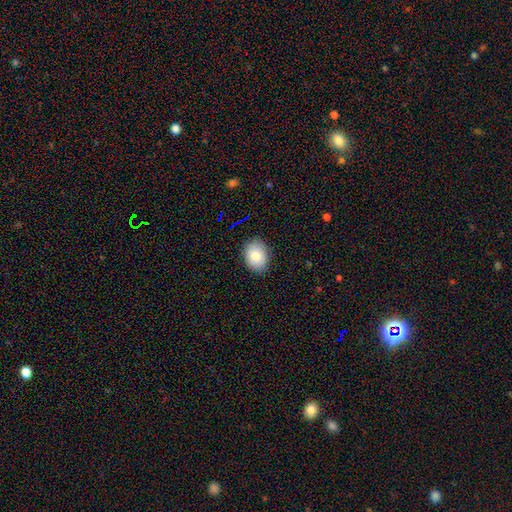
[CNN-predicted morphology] smooth 81%, featured or disk 11%, star or artifact 8%. Down the decision tree: how rounded — in between (66%); merging — none (86%).